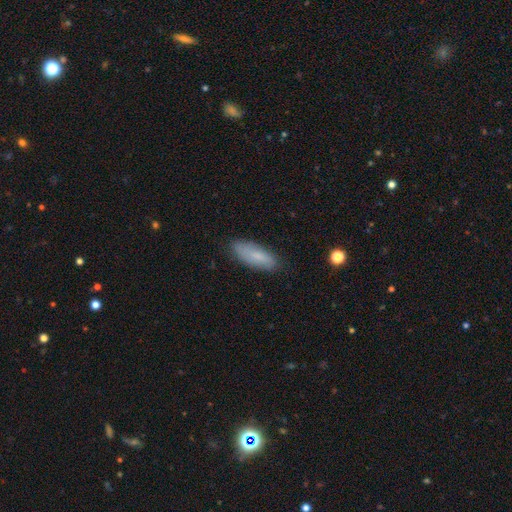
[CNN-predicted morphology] smooth-or-featured: smooth: 76% | featured or disk: 17% | star or artifact: 7%
  how-rounded: in between: 65% | cigar-shaped: 33% | round: 2%
  merging: none: 81% | minor disturbance: 14% | major disturbance: 3% | merger: 1%